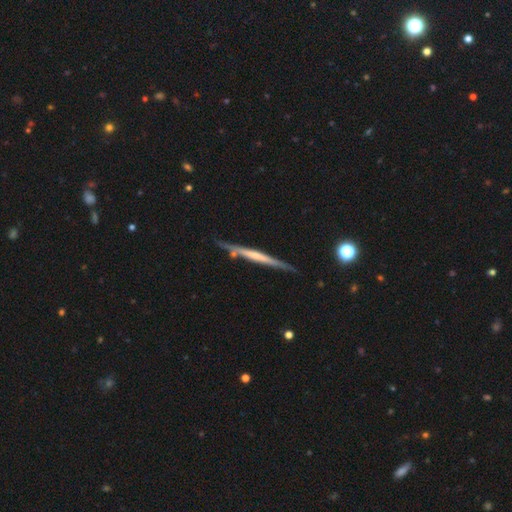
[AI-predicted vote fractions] Morphology: type=featured or disk (62%); edge-on=yes (96%); edge-on bulge=none (66%); merging=none (78%).